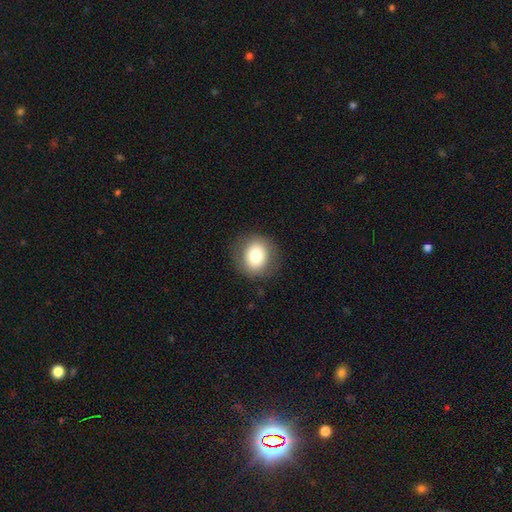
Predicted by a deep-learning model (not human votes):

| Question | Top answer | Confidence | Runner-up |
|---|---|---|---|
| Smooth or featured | smooth | 76% | featured or disk (15%) |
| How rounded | round | 80% | in between (19%) |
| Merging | none | 86% | minor disturbance (9%) |